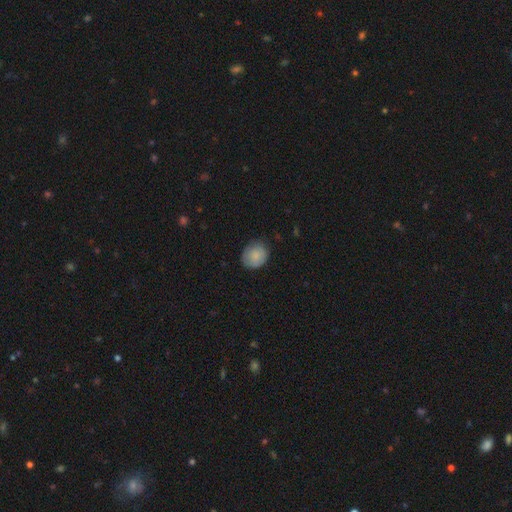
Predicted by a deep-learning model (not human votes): smooth 83%, featured or disk 10%, star or artifact 7%. Down the decision tree: how rounded — round (65%); merging — none (76%).